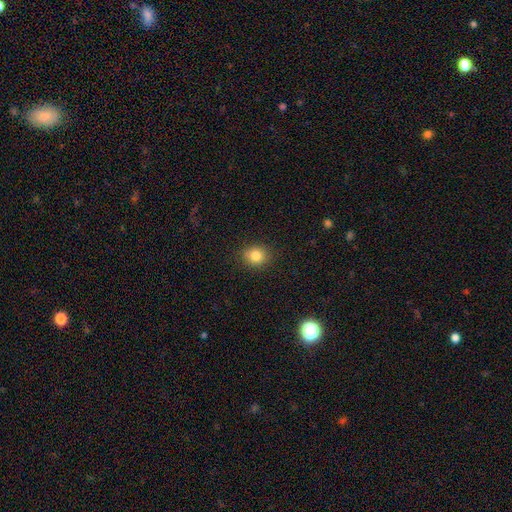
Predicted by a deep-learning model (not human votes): Overall: smooth (82%). How rounded: round (73%). Merging: none (88%).